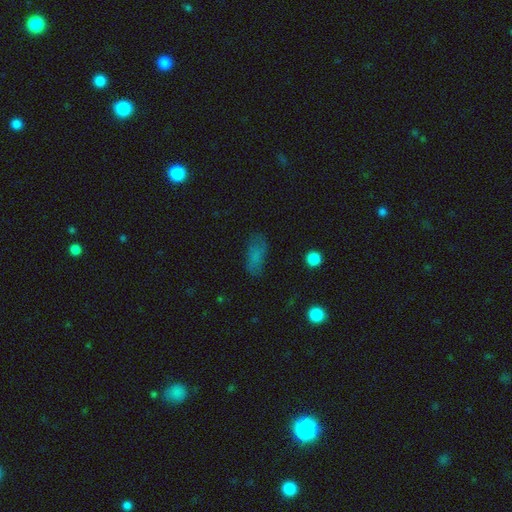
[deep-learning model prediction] A smooth galaxy with no disk features (69%) that is in between round and cigar-shaped (81%). Merging: none (71%).